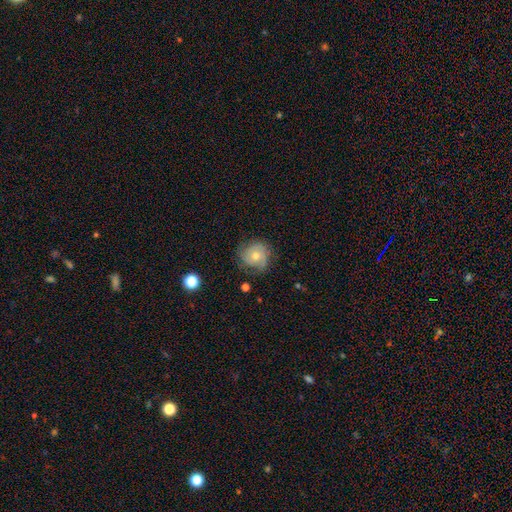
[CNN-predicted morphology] Smooth or featured?
  - featured or disk: 60% *
  - smooth: 30%
  - star or artifact: 10%
Edge-on disk?
  - no: 97% *
  - yes: 3%
Bar?
  - no: 82% *
  - weak: 15%
  - strong: 3%
Spiral arms?
  - yes: 87% *
  - no: 13%
Spiral winding?
  - tight: 60% *
  - medium: 30%
  - loose: 10%
Spiral arm count?
  - can't tell: 31% *
  - 2: 27%
  - 3: 26%
  - 4: 6%
  - 1: 6%
  - more than 4: 4%
Bulge size?
  - moderate: 59% *
  - small: 36%
  - large: 2%
  - none: 1%
  - dominant: 1%
Merging?
  - none: 73% *
  - minor disturbance: 19%
  - major disturbance: 6%
  - merger: 1%